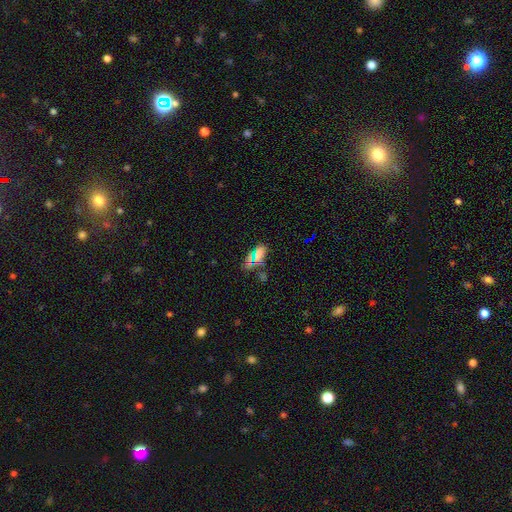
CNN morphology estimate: smooth-or-featured: smooth: 58% | star or artifact: 30% | featured or disk: 12%
  how-rounded: in between: 81% | cigar-shaped: 11% | round: 8%
  merging: none: 66% | minor disturbance: 18% | major disturbance: 8% | merger: 8%